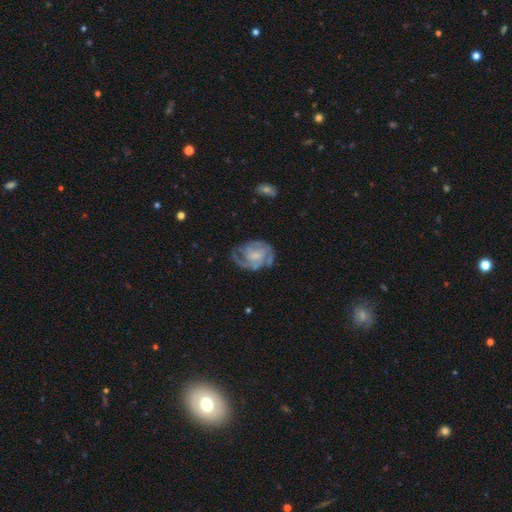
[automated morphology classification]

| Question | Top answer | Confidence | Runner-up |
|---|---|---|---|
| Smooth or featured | featured or disk | 81% | smooth (13%) |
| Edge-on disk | no | 98% | yes (2%) |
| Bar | no | 58% | weak (35%) |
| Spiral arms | yes | 92% | no (8%) |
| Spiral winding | tight | 49% | medium (39%) |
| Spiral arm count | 2 | 36% | can't tell (27%) |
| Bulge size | small | 52% | moderate (25%) |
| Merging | none | 58% | minor disturbance (23%) |